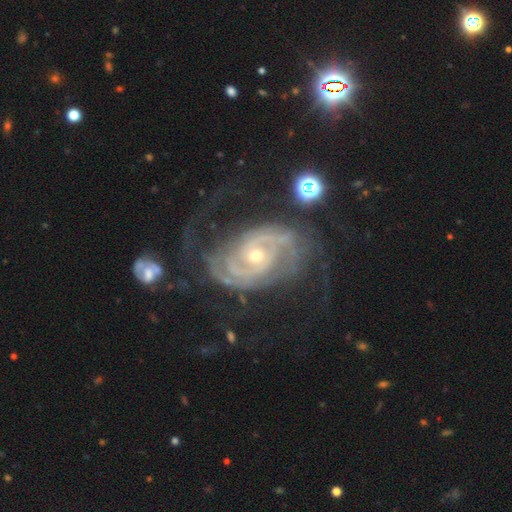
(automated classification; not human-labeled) smooth-or-featured: featured or disk: 91% | star or artifact: 6% | smooth: 3%
  disk-edge-on: no: 97% | yes: 3%
    bar: no: 61% | weak: 28% | strong: 11%
    has-spiral-arms: yes: 98% | no: 2%
      spiral-winding: tight: 59% | medium: 33% | loose: 8%
      spiral-arm-count: 2: 64% | can't tell: 12% | 3: 10% | 4: 5% | 1: 4% | more than 4: 4%
    bulge-size: small: 53% | moderate: 43% | large: 2% | none: 1% | dominant: 1%
  merging: none: 57% | minor disturbance: 20% | major disturbance: 20% | merger: 3%